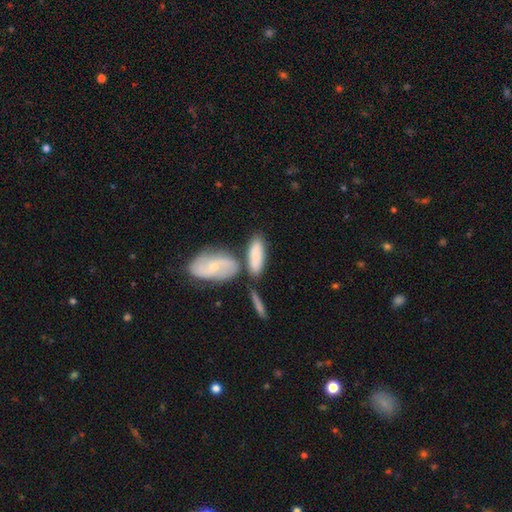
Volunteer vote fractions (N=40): Volunteers were most divided on "how rounded": cigar-shaped: 55%, in between: 45%, round: 0%. More confident: smooth or featured — smooth (82%); merging — none (59%).